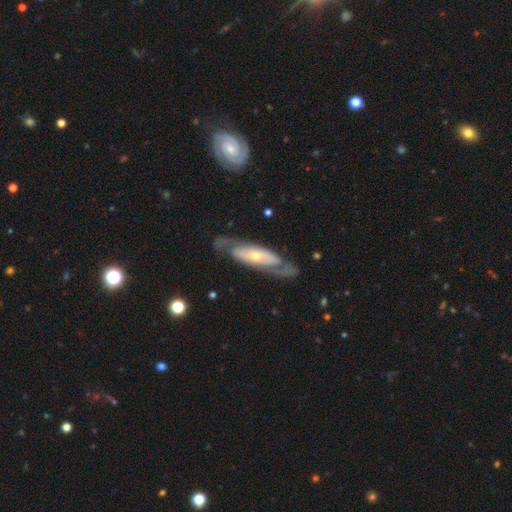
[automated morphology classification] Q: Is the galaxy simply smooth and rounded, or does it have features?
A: featured or disk — 77%.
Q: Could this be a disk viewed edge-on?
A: no — 77%.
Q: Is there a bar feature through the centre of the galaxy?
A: no — 70%.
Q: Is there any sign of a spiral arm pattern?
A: yes — 75%.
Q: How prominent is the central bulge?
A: small — 56%.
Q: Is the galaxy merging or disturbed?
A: none — 72%.